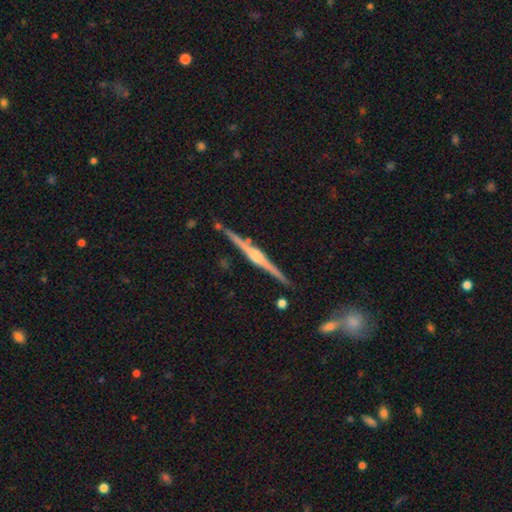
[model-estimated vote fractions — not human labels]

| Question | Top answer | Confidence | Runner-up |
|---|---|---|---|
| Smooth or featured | featured or disk | 86% | smooth (8%) |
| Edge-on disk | yes | 99% | no (1%) |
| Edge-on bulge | rounded | 81% | boxy (13%) |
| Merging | none | 89% | minor disturbance (8%) |